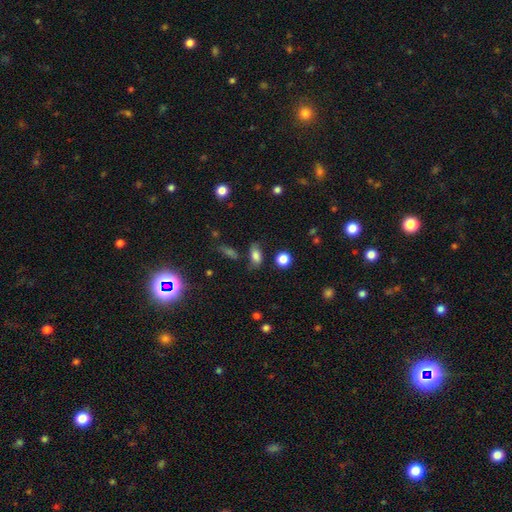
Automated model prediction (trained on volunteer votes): Smooth or featured? smooth (76%)
How rounded? in between (82%)
Merging? none (66%)